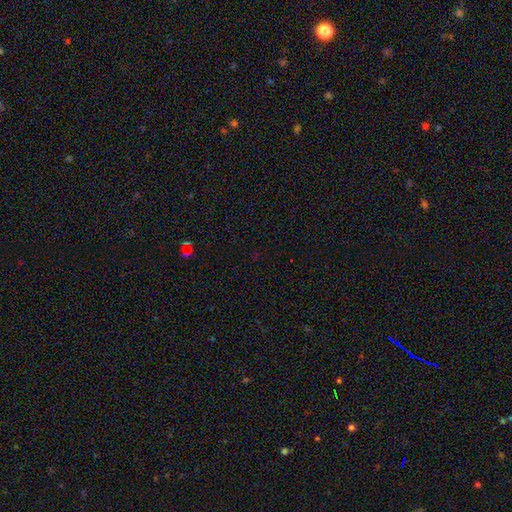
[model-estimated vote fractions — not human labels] Morphology: type=star or artifact (69%).